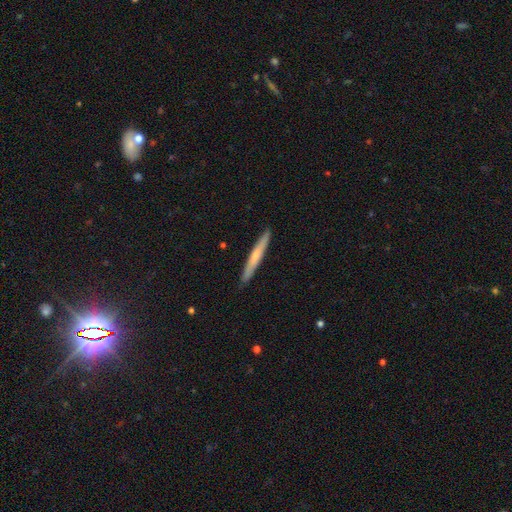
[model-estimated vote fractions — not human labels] smooth_or_featured: smooth (p=0.57) [alt: featured or disk p=0.38]
how_rounded: cigar-shaped (p=0.96) [alt: in between p=0.03]
merging: none (p=0.91) [alt: minor disturbance p=0.06]